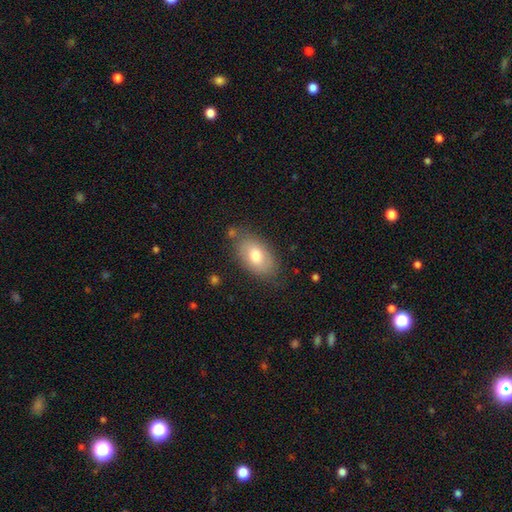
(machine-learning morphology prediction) A smooth galaxy with no disk features (73%) that is in between round and cigar-shaped (91%). Merging: none (76%).